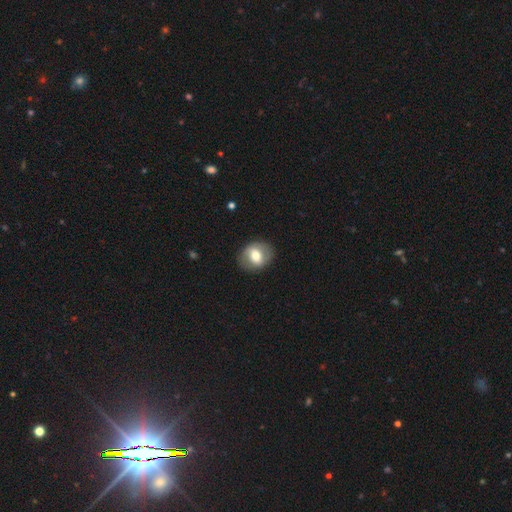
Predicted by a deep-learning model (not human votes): smooth-or-featured: smooth: 57% | featured or disk: 36% | star or artifact: 7%
  how-rounded: round: 53% | in between: 46% | cigar-shaped: 1%
  merging: none: 84% | minor disturbance: 11% | major disturbance: 4% | merger: 1%